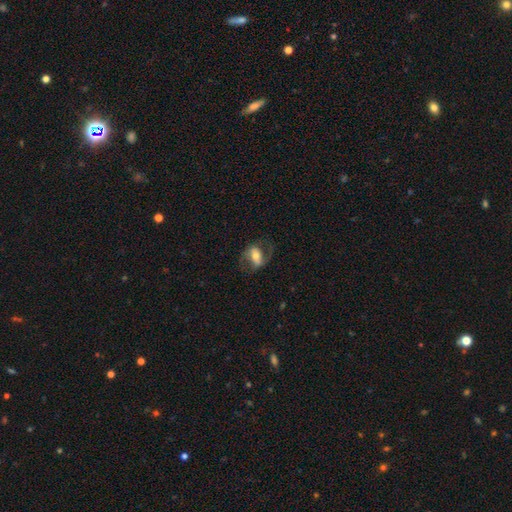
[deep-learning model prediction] This appears to be a featured or disk galaxy (56%) with a strong bar (42%), spiral arms (74%) and a moderate central bulge (59%). Merging: none (65%).